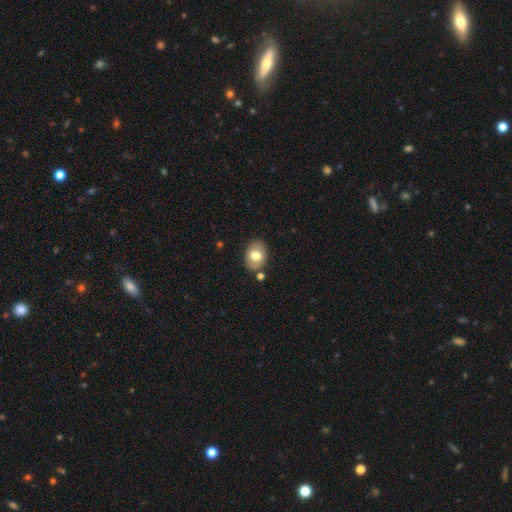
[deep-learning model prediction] The model was most divided on "how rounded": in between: 66%, round: 33%, cigar-shaped: 1%. More confident: merging — none (80%); smooth or featured — smooth (73%).